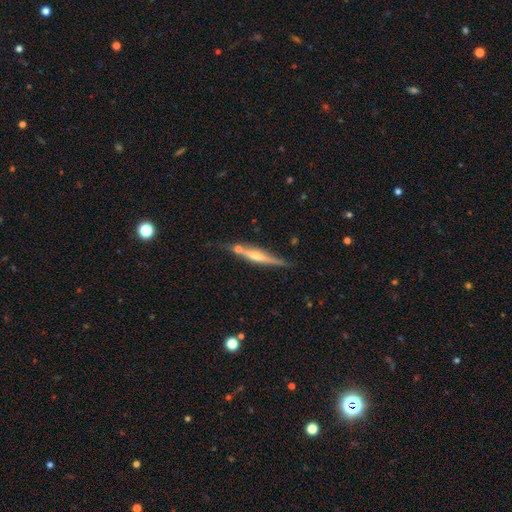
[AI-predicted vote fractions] This appears to be a featured or disk galaxy (71%) viewed edge-on (96%) with a rounded central bulge (65%). Merging: none (71%).